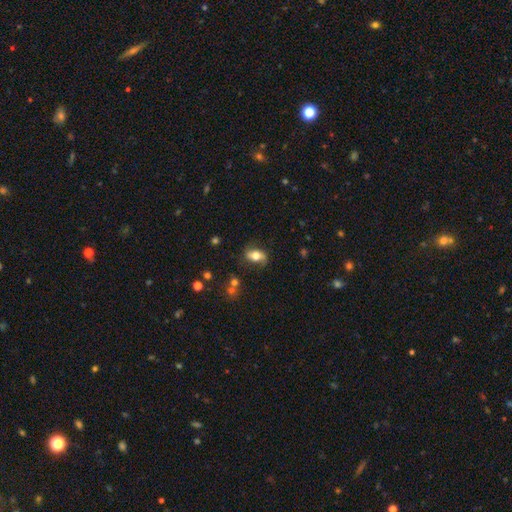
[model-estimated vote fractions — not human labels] smooth_or_featured: smooth (p=0.53) [alt: featured or disk p=0.39]
how_rounded: in between (p=0.82) [alt: round p=0.13]
merging: none (p=0.71) [alt: minor disturbance p=0.19]